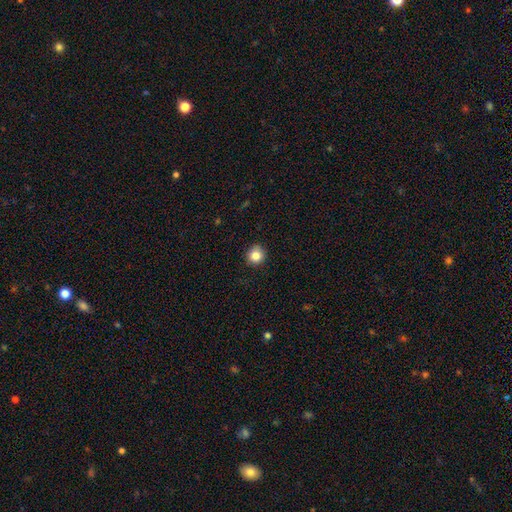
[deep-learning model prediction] Smooth or featured?
  - smooth: 84% *
  - star or artifact: 10%
  - featured or disk: 5%
How rounded?
  - round: 89% *
  - in between: 10%
  - cigar-shaped: 1%
Merging?
  - none: 88% *
  - minor disturbance: 9%
  - major disturbance: 2%
  - merger: 1%